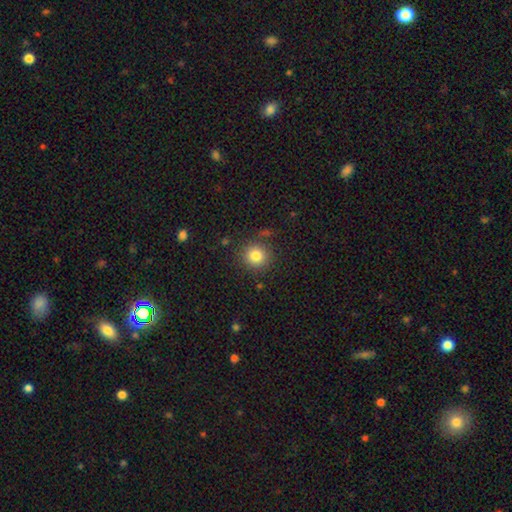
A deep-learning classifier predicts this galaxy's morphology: Smooth or featured?
  - smooth: 82% *
  - star or artifact: 11%
  - featured or disk: 7%
How rounded?
  - round: 91% *
  - in between: 8%
  - cigar-shaped: 1%
Merging?
  - none: 86% *
  - minor disturbance: 9%
  - major disturbance: 3%
  - merger: 3%